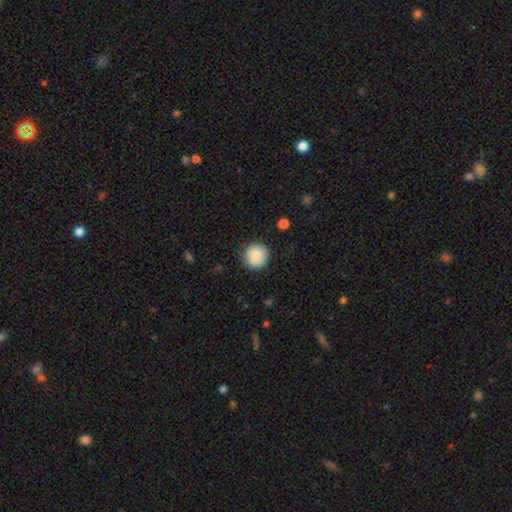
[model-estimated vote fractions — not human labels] Smooth or featured?
  - smooth: 87% *
  - star or artifact: 8%
  - featured or disk: 5%
How rounded?
  - round: 94% *
  - in between: 5%
  - cigar-shaped: 1%
Merging?
  - none: 87% *
  - minor disturbance: 9%
  - major disturbance: 3%
  - merger: 1%